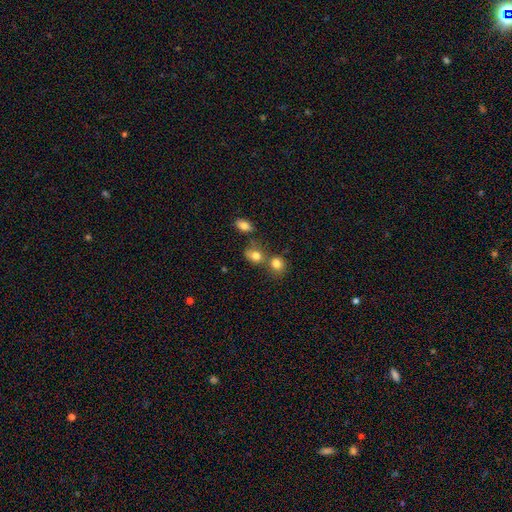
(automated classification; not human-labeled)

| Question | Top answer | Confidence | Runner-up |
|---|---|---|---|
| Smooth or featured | smooth | 79% | star or artifact (11%) |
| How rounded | round | 52% | in between (47%) |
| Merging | none | 47% | merger (35%) |